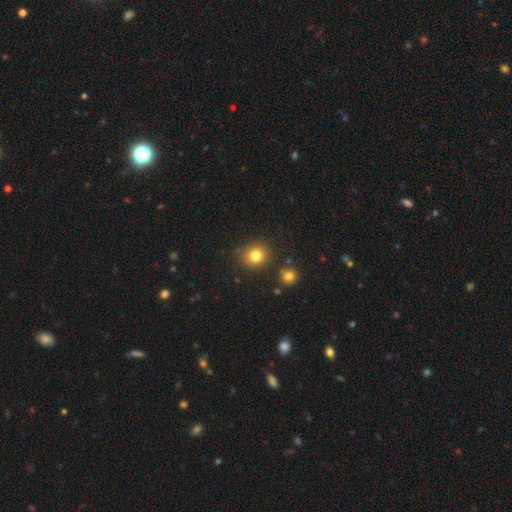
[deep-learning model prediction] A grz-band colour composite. It shows a smooth galaxy with no disk features (82%) that is round (83%). Merging: none (85%).